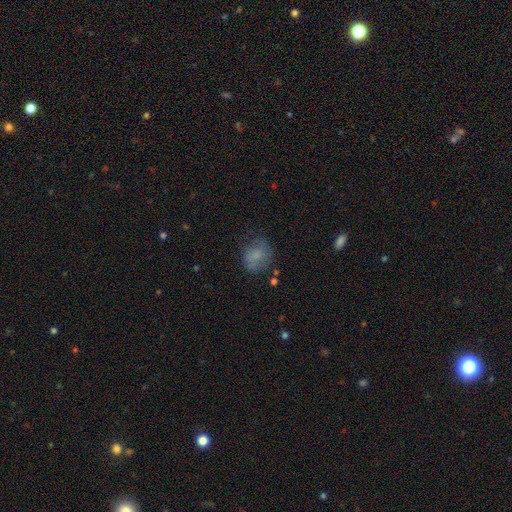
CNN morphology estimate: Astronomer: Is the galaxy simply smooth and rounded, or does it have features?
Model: smooth — 71%.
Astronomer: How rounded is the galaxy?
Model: round — 59% (runner-up: in between, 39%).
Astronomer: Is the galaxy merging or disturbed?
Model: none — 58%.